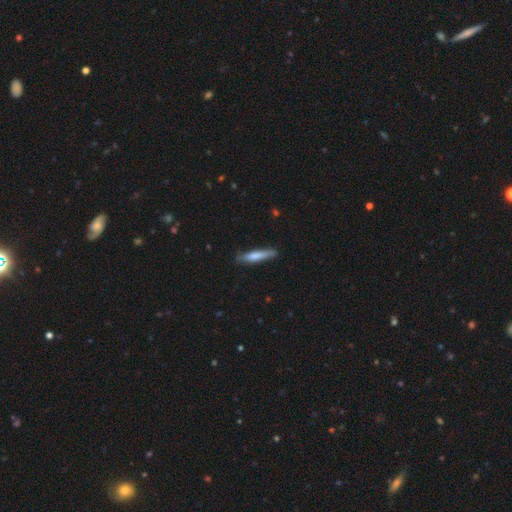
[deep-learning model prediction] Smooth or featured?
  - smooth: 71% *
  - featured or disk: 23%
  - star or artifact: 5%
How rounded?
  - cigar-shaped: 90% *
  - in between: 9%
  - round: 1%
Merging?
  - none: 80% *
  - minor disturbance: 16%
  - major disturbance: 2%
  - merger: 1%